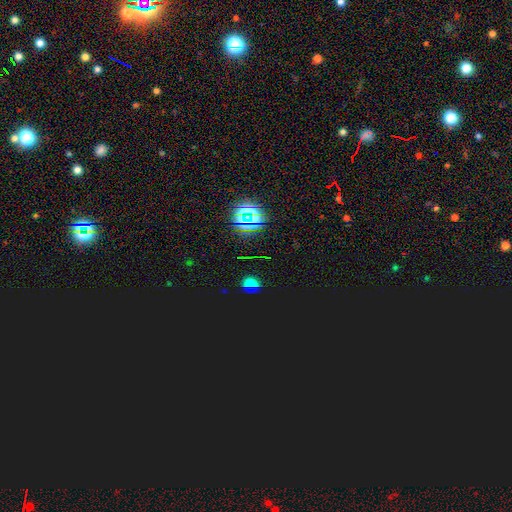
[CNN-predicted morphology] This is likely a star or artifact rather than a galaxy (62%).